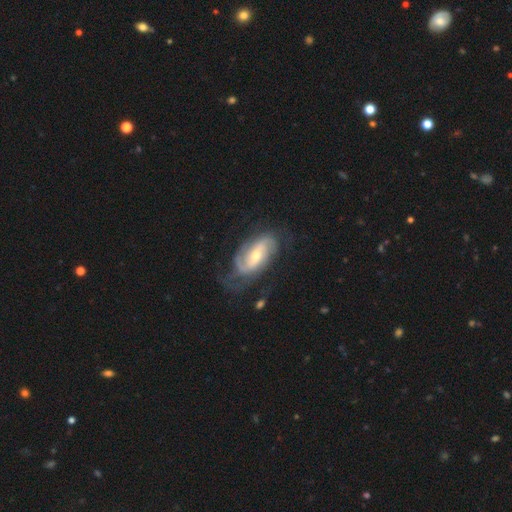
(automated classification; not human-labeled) A featured or disk galaxy (83%) with a weak bar (42%), 2 (58%) medium (41%) spiral arms (95%) and a moderate central bulge (51%).

Vote fractions:
- Smooth or featured? featured or disk: 83% / smooth: 12% / star or artifact: 5%
- Edge-on disk? no: 95% / yes: 5%
- Bar? weak: 42% / no: 36% / strong: 22%
- Spiral arms? yes: 95% / no: 5%
- Spiral winding? medium: 41% / tight: 38% / loose: 21%
- Spiral arm count? 2: 58% / can't tell: 19% / 3: 13% / 1: 4% / 4: 3% / more than 4: 3%
- Bulge size? moderate: 51% / small: 44% / large: 3% / none: 1% / dominant: 1%
- Merging? none: 60% / minor disturbance: 23% / major disturbance: 16% / merger: 2%